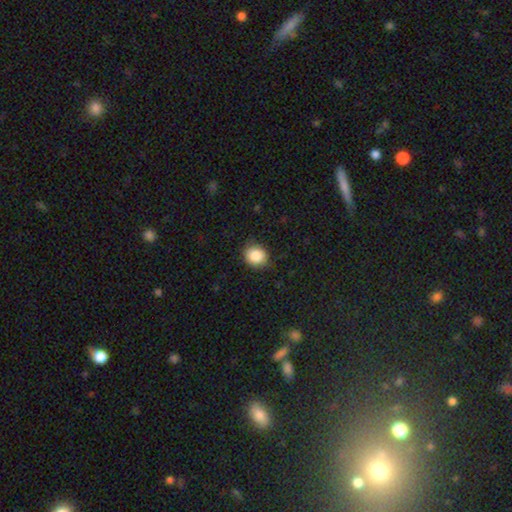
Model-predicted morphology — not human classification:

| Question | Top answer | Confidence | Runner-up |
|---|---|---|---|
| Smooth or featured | smooth | 86% | star or artifact (9%) |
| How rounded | round | 74% | in between (25%) |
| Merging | none | 81% | minor disturbance (15%) |